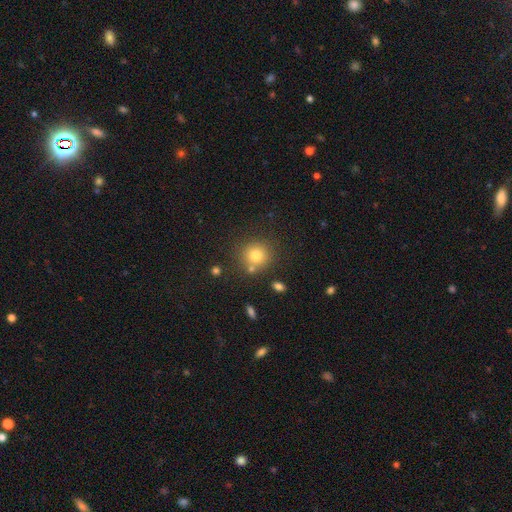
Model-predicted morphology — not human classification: smooth 77%, star or artifact 13%, featured or disk 10%. Down the decision tree: how rounded — round (90%); merging — none (75%).